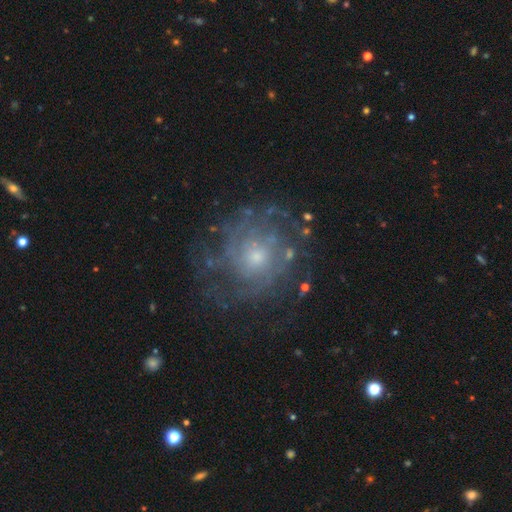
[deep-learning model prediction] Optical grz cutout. It shows a featured or disk galaxy (75%) with no bar (82%), tight (63%) spiral arms (80%) and a small central bulge (55%). Merging: none (74%).